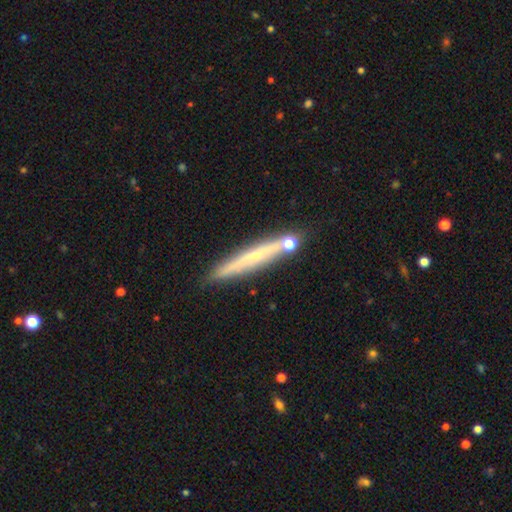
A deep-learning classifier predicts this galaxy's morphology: type=featured or disk (53%); edge-on=yes (91%); merging=none (77%).